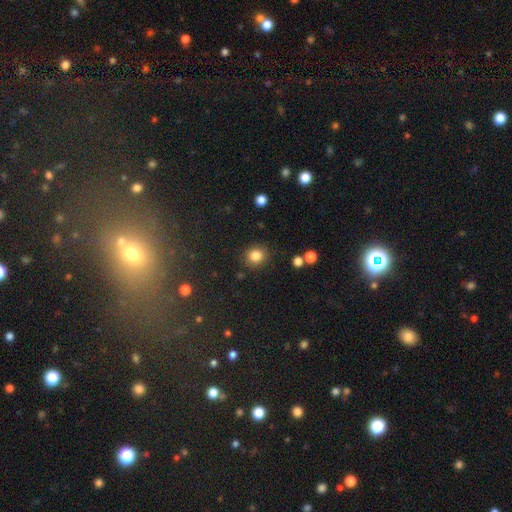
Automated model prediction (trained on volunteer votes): smooth 84%, star or artifact 11%, featured or disk 5%. Down the decision tree: how rounded — round (83%); merging — none (87%).